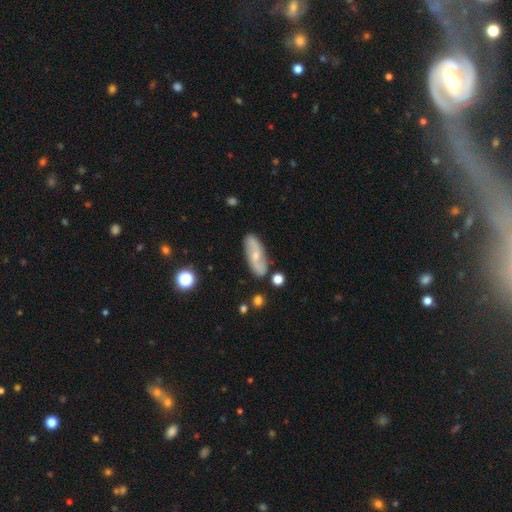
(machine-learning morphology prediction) Overall: featured or disk (62%; smooth 32%). Edge-on disk: no (87%). Bar: no (56%; weak 33%). Spiral arms: yes (83%). Bulge size: small (60%; moderate 34%). Merging: none (82%).